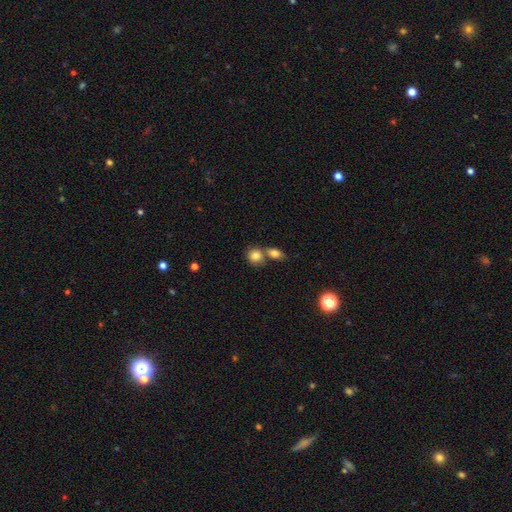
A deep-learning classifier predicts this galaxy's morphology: A smooth galaxy with no disk features (83%) that is round (74%). Merging: none (48%).